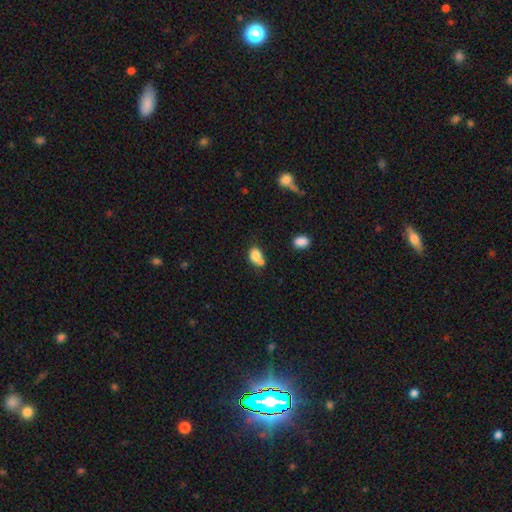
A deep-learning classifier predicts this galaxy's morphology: Smooth or featured?
  - smooth: 79% *
  - featured or disk: 11%
  - star or artifact: 10%
How rounded?
  - in between: 54% *
  - round: 44%
  - cigar-shaped: 1%
Merging?
  - merger: 43% *
  - none: 37%
  - minor disturbance: 14%
  - major disturbance: 5%